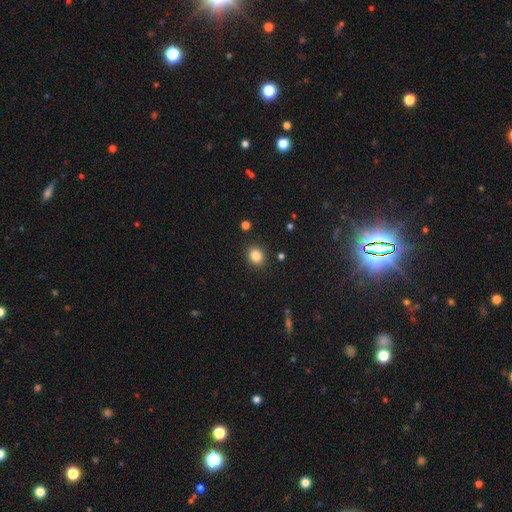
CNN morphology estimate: smooth-or-featured: smooth: 84% | star or artifact: 11% | featured or disk: 5%
  how-rounded: round: 63% | in between: 36% | cigar-shaped: 1%
  merging: none: 88% | minor disturbance: 8% | major disturbance: 2% | merger: 2%